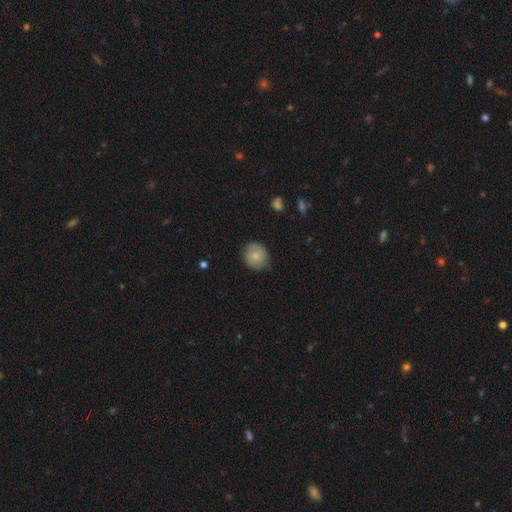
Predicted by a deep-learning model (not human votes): Smooth or featured? Predicted: smooth (p=0.73). How rounded? Predicted: round (p=0.77). Merging? Predicted: none (p=0.76).